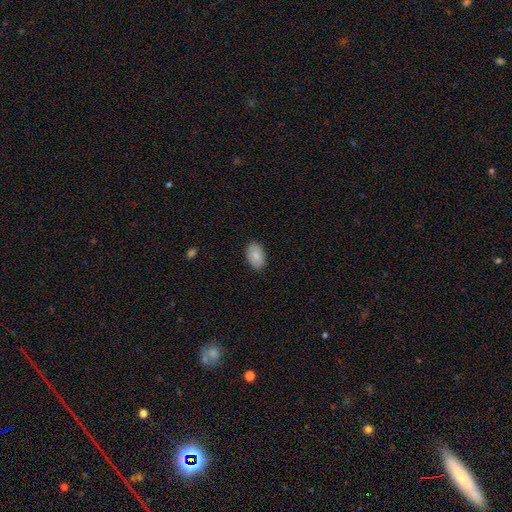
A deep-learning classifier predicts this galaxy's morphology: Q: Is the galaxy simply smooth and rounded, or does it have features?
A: smooth — 84%.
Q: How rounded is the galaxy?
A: in between — 91%.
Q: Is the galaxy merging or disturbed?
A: none — 88%.